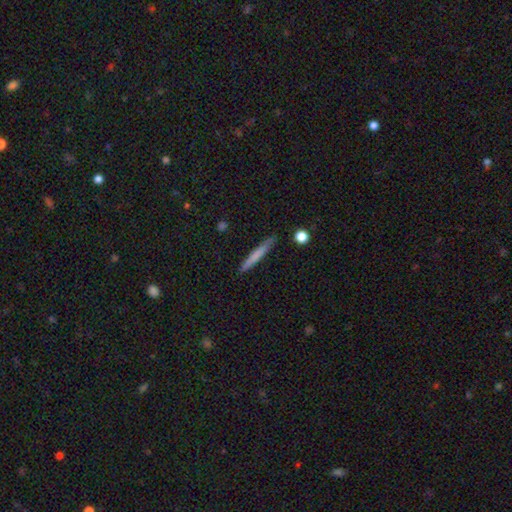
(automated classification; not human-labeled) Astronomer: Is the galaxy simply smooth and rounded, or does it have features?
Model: smooth — 68%.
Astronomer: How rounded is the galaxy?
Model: cigar-shaped — 96%.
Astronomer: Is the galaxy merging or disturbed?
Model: none — 87%.